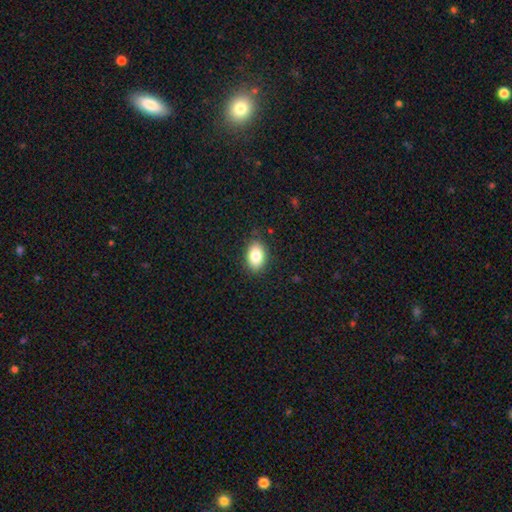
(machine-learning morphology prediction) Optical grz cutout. It shows a smooth galaxy with no disk features (83%) that is in between round and cigar-shaped (86%). Merging: none (86%).